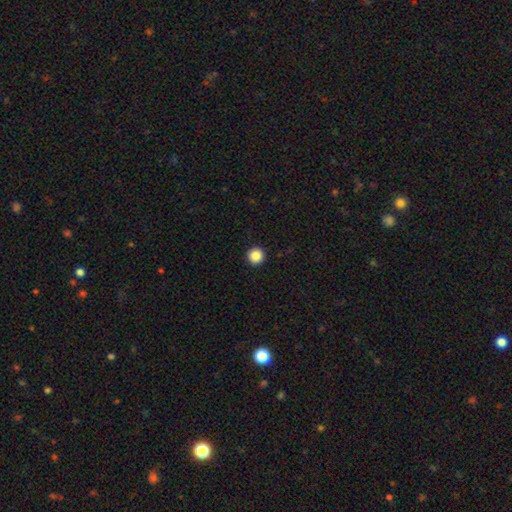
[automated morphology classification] Smooth or featured? Predicted: smooth (p=0.87). How rounded? Predicted: round (p=0.96). Merging? Predicted: none (p=0.94).